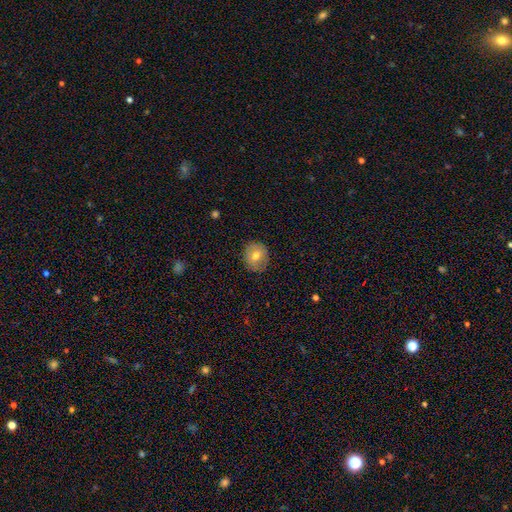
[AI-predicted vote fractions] Smooth or featured: smooth — 69% (featured or disk — 22%)
How rounded: round — 80% (in between — 19%)
Merging: none — 85% (minor disturbance — 12%)